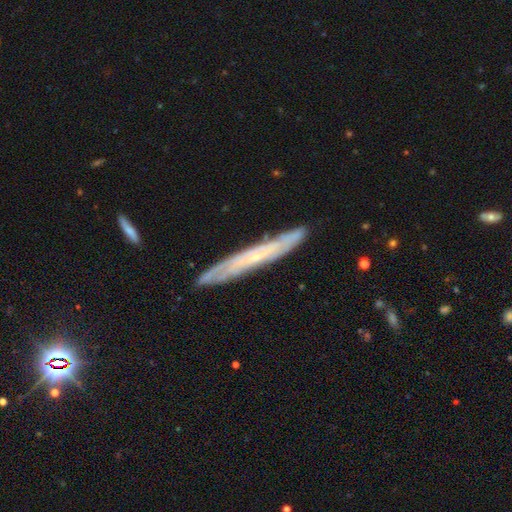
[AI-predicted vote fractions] Q: Smooth or featured?
A: featured or disk (62%); runner-up: smooth (31%)
Q: Edge-on disk?
A: yes (77%); runner-up: no (23%)
Q: Merging?
A: none (85%); runner-up: minor disturbance (11%)